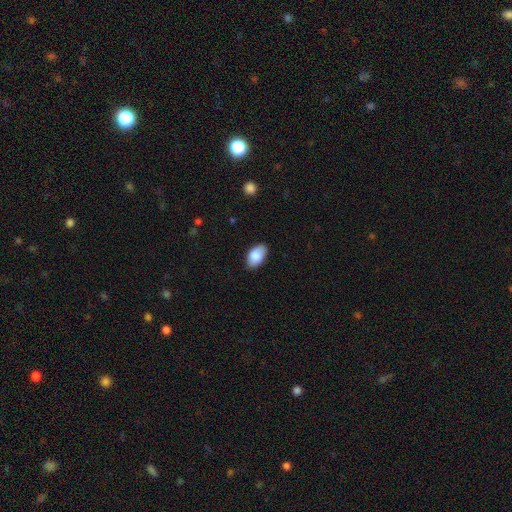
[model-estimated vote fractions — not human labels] This appears to be a smooth galaxy with no disk features (87%) that is in between round and cigar-shaped (94%). Merging: none (82%).